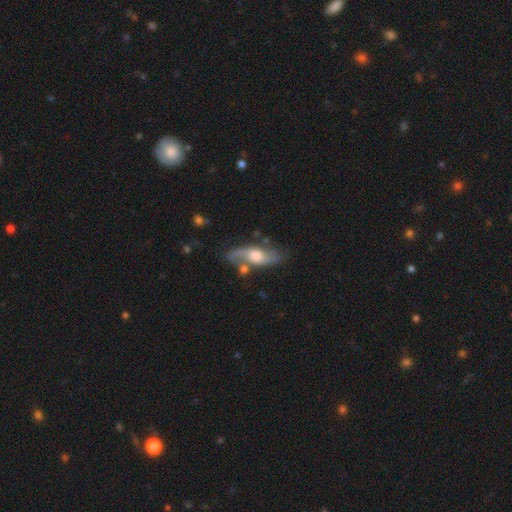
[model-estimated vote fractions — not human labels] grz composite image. It shows a featured or disk galaxy (73%) with no bar (61%), 2 (88%) loose (59%) spiral arms (90%) and a moderate central bulge (54%). Merging: none (64%).